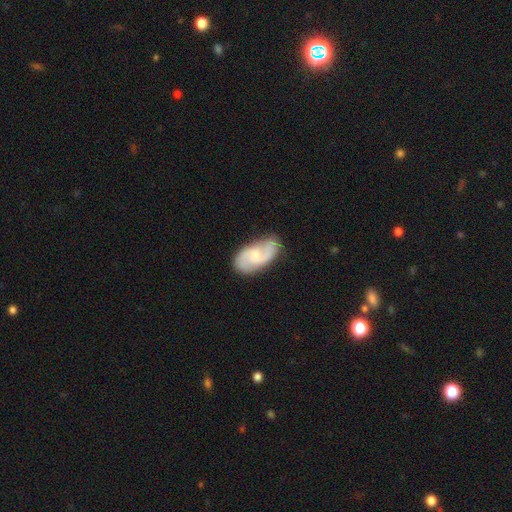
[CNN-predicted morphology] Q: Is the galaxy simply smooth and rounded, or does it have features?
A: featured or disk — 72%.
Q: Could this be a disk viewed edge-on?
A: no — 96%.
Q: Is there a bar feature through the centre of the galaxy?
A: no — 52%.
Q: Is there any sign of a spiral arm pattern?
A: yes — 94%.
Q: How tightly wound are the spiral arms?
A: medium — 49%.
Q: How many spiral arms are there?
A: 2 — 84%.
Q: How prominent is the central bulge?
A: small — 57%.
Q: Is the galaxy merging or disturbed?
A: none — 73%.